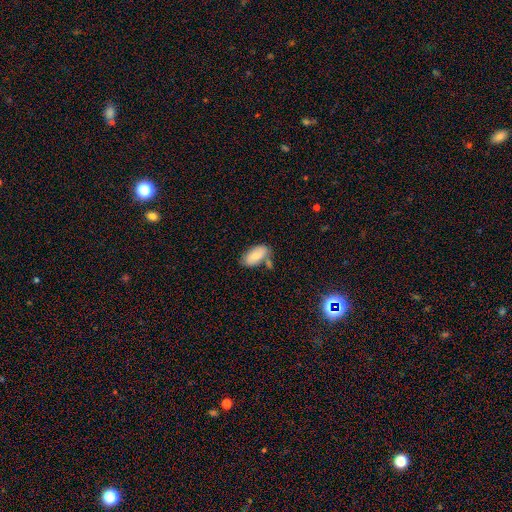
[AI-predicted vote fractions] The model was most divided on "merging": none: 60%, minor disturbance: 20%, merger: 16%, major disturbance: 5%. More confident: how rounded — in between (94%); smooth or featured — smooth (77%).